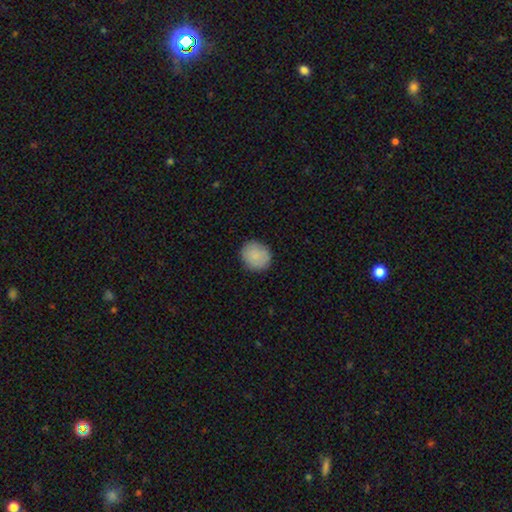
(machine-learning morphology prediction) smooth_or_featured: smooth (p=0.87) [alt: star or artifact p=0.07]
how_rounded: round (p=0.84) [alt: in between p=0.15]
merging: none (p=0.88) [alt: minor disturbance p=0.09]